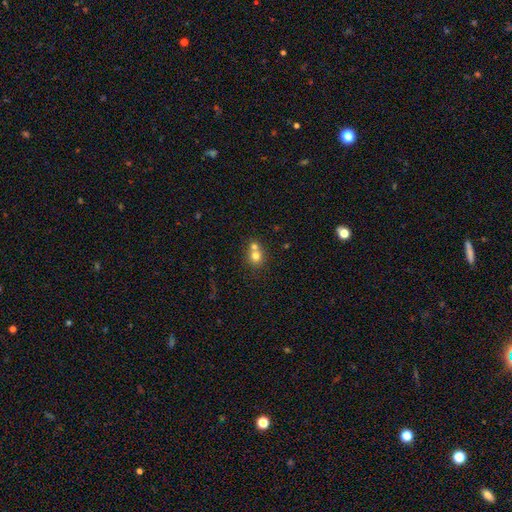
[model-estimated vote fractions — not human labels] Smooth or featured? smooth (74%)
How rounded? round (82%)
Merging? merger (54%)